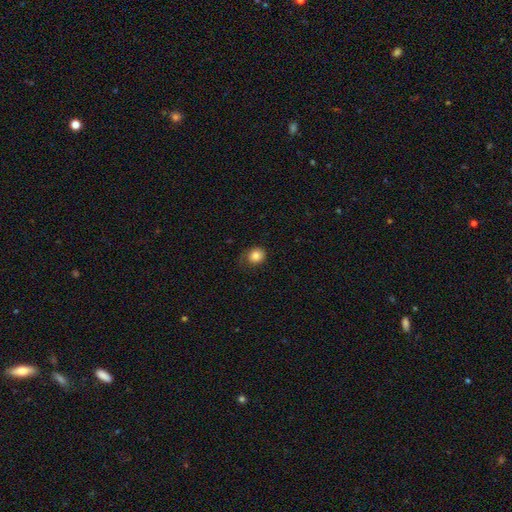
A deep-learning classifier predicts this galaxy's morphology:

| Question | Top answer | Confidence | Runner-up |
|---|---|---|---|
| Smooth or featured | smooth | 83% | star or artifact (10%) |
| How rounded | round | 71% | in between (28%) |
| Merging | none | 67% | minor disturbance (23%) |